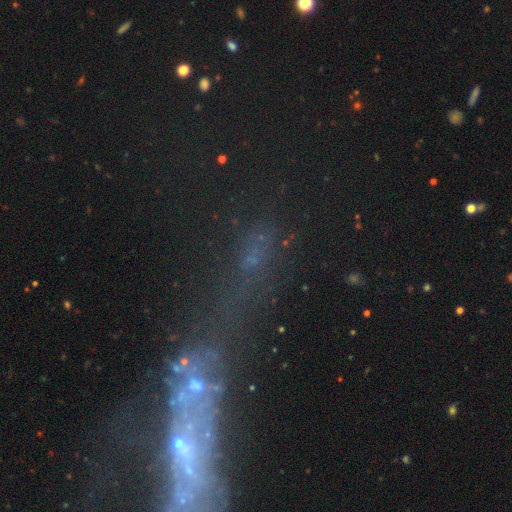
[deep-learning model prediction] This appears to be a star or artifact, not a galaxy (48%).